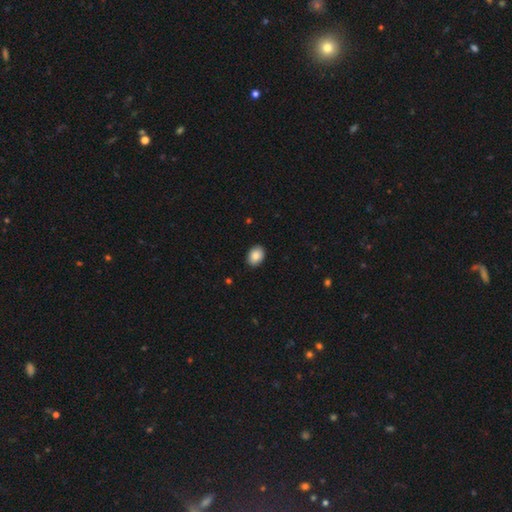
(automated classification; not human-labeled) smooth-or-featured: smooth: 87% | star or artifact: 8% | featured or disk: 5%
  how-rounded: in between: 74% | round: 25% | cigar-shaped: 1%
  merging: none: 90% | minor disturbance: 7% | major disturbance: 2% | merger: 1%